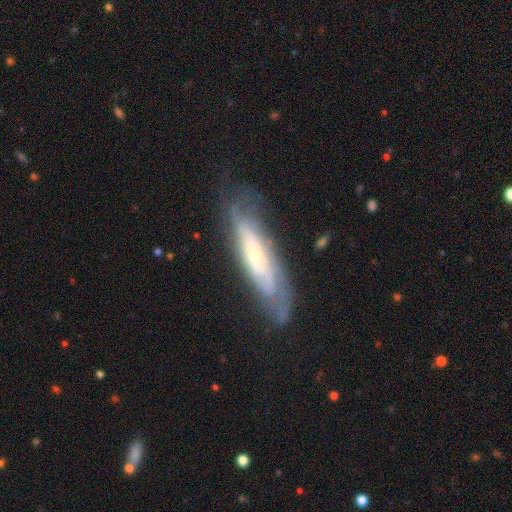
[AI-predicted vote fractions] Smooth or featured?
  - featured or disk: 71% *
  - smooth: 23%
  - star or artifact: 6%
Edge-on disk?
  - no: 65% *
  - yes: 35%
Merging?
  - none: 69% *
  - minor disturbance: 20%
  - major disturbance: 9%
  - merger: 2%